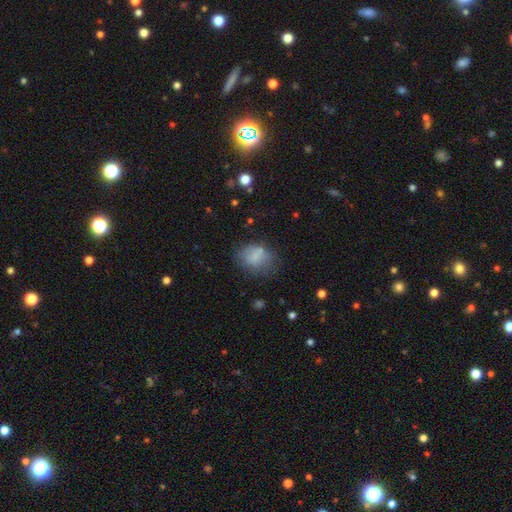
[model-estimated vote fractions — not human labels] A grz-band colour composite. It shows a smooth galaxy with no disk features (70%) that is in between round and cigar-shaped (55%). Merging: none (50%).